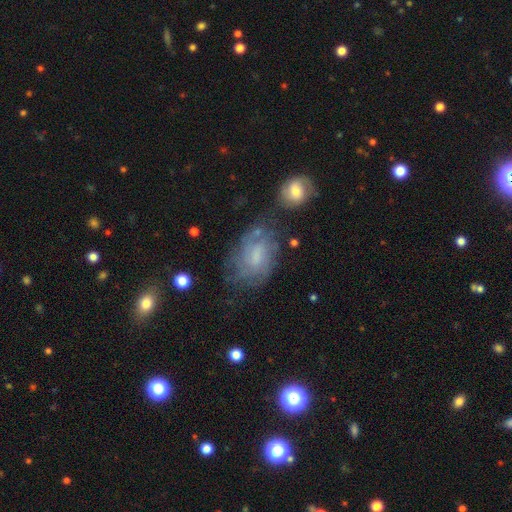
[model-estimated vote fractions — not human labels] Smooth or featured? featured or disk (54%)
Edge-on disk? no (96%)
Bar? no (51%)
Spiral arms? yes (69%)
Bulge size? small (34%)
Merging? none (51%)